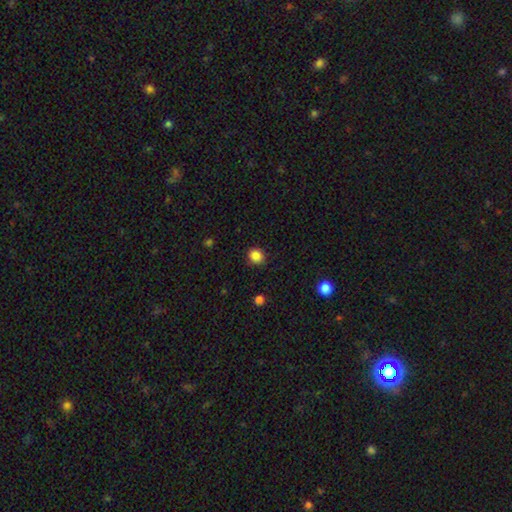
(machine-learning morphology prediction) Smooth or featured?
  - smooth: 86% *
  - star or artifact: 11%
  - featured or disk: 3%
How rounded?
  - round: 77% *
  - in between: 22%
  - cigar-shaped: 1%
Merging?
  - none: 88% *
  - minor disturbance: 9%
  - major disturbance: 2%
  - merger: 1%